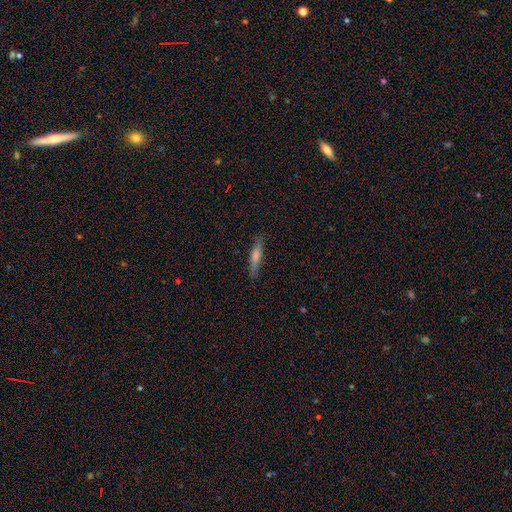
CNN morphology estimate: Overall: smooth (51%; featured or disk 41%). How rounded: cigar-shaped (89%). Merging: none (85%).